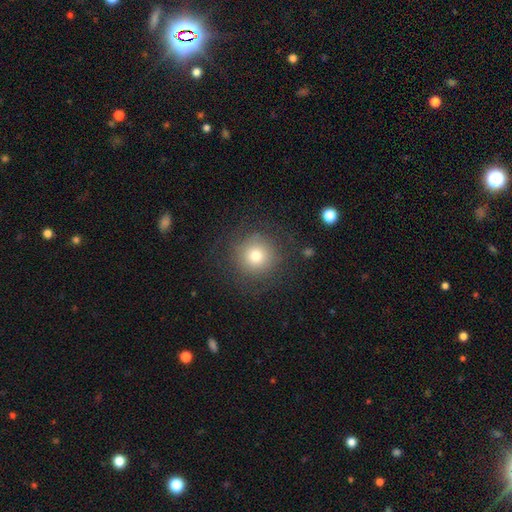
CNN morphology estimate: Q: Smooth or featured?
A: smooth (72%); runner-up: featured or disk (15%)
Q: How rounded?
A: round (94%); runner-up: in between (5%)
Q: Merging?
A: none (80%); runner-up: minor disturbance (11%)